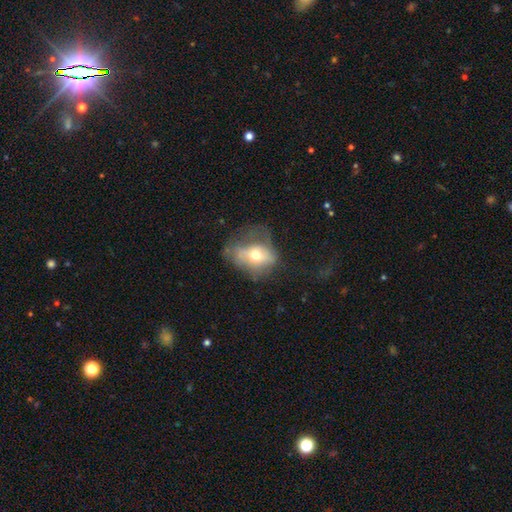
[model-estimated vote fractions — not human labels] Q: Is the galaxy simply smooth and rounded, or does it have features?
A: smooth — 49%.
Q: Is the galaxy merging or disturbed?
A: major disturbance — 36%.